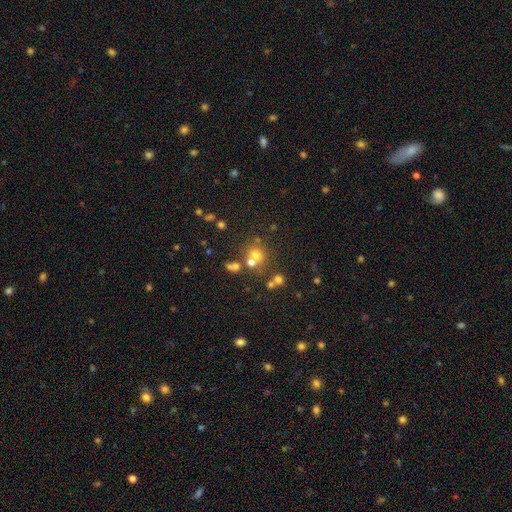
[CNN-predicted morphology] type=smooth (61%); roundness=round (84%); merging=none (54%).